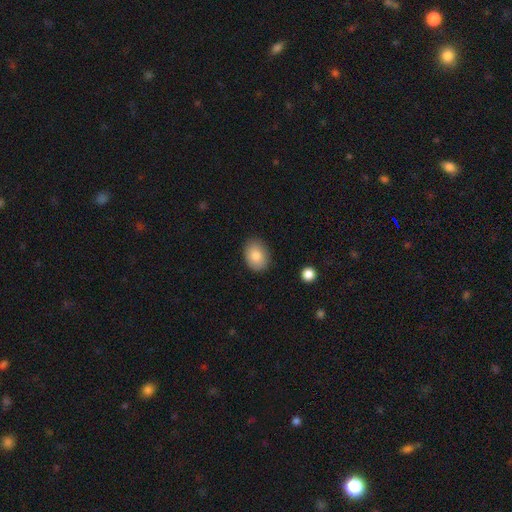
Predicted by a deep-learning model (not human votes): Morphology: type=smooth (84%); roundness=in between (72%); merging=none (85%).